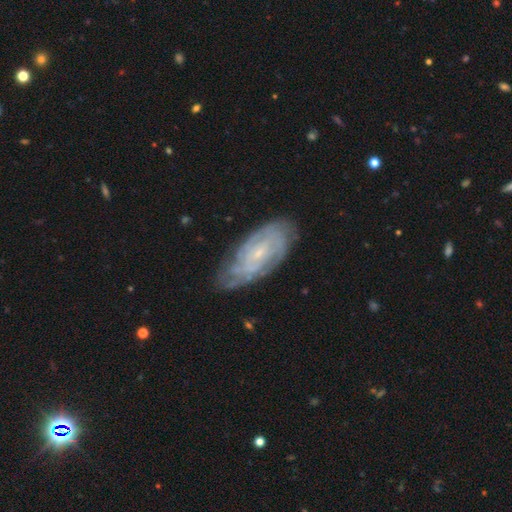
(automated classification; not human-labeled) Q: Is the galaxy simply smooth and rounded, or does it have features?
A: featured or disk — 74%.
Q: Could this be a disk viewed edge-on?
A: no — 91%.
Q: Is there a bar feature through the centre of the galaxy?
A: no — 63%.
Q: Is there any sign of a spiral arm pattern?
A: yes — 93%.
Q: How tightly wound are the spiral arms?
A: tight — 72%.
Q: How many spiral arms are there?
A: can't tell — 47%.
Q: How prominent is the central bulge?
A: small — 73%.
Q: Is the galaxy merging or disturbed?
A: none — 78%.